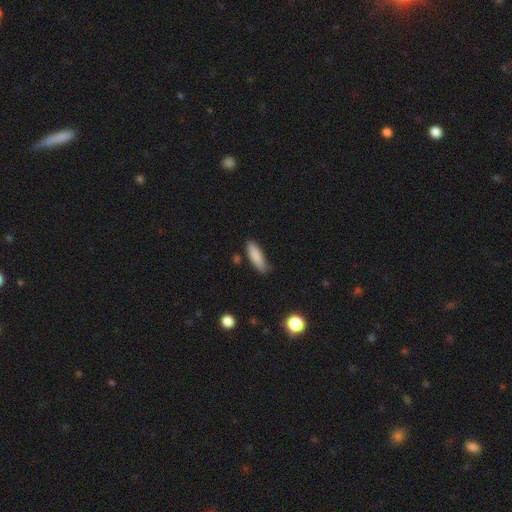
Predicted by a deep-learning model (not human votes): Overall: smooth (86%). How rounded: cigar-shaped (57%; in between 41%). Merging: none (79%).